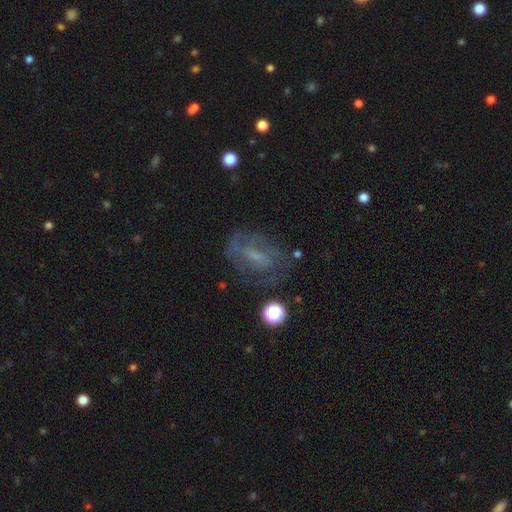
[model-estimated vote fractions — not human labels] A featured or disk galaxy (62%) with a weak bar (47%), spiral arms (68%) and a small central bulge (48%).

Vote fractions:
- Smooth or featured? featured or disk: 62% / smooth: 25% / star or artifact: 14%
- Edge-on disk? no: 93% / yes: 7%
- Bar? weak: 47% / no: 32% / strong: 22%
- Spiral arms? yes: 68% / no: 32%
- Bulge size? small: 48% / moderate: 24% / none: 24% / large: 3% / dominant: 1%
- Merging? none: 64% / minor disturbance: 19% / major disturbance: 15% / merger: 3%